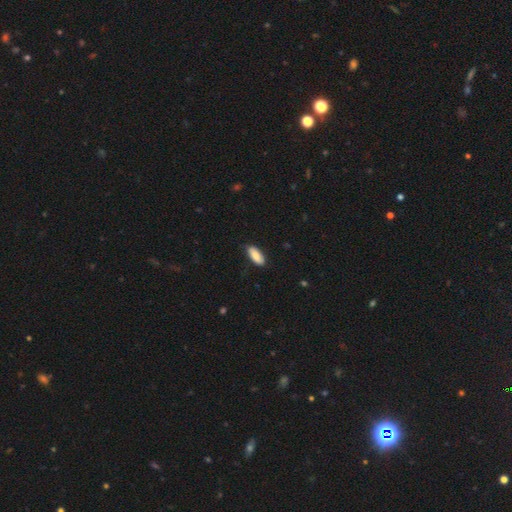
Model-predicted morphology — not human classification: Overall: smooth (84%). How rounded: in between (82%). Merging: none (81%).